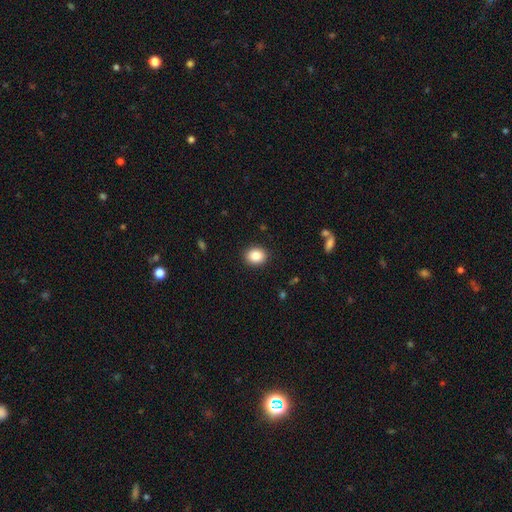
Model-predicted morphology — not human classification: The model was most divided on "how rounded": round: 63%, in between: 36%, cigar-shaped: 1%. More confident: merging — none (91%); smooth or featured — smooth (85%).